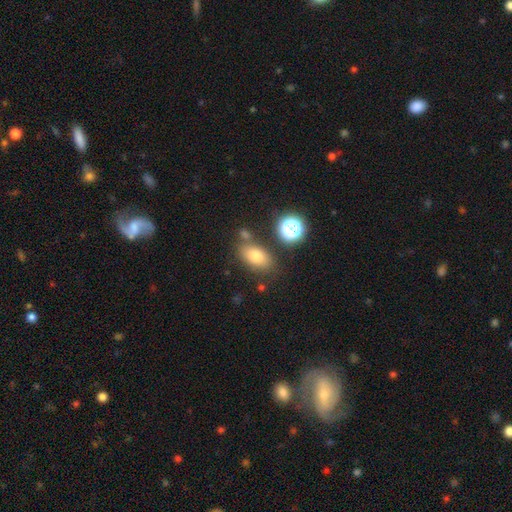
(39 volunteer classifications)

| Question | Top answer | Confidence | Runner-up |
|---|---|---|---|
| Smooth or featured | smooth | 72% | featured or disk (18%) |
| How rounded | in between | 89% | round (7%) |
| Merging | none | 80% | minor disturbance (11%) |